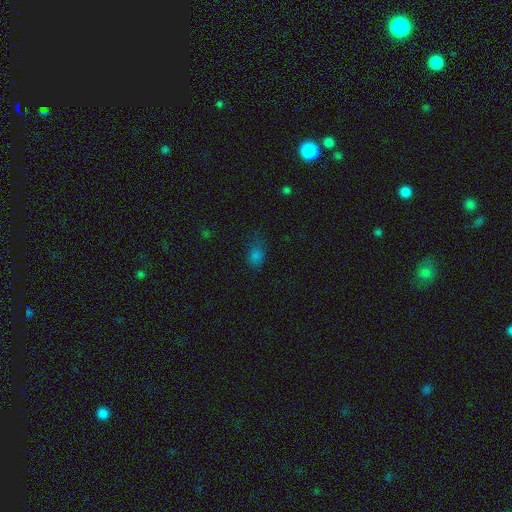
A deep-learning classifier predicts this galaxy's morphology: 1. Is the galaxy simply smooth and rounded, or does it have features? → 73% smooth, 20% star or artifact, 7% featured or disk.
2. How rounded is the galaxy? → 76% in between, 20% round, 4% cigar-shaped.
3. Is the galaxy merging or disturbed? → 60% none, 27% minor disturbance, 11% major disturbance, 2% merger.